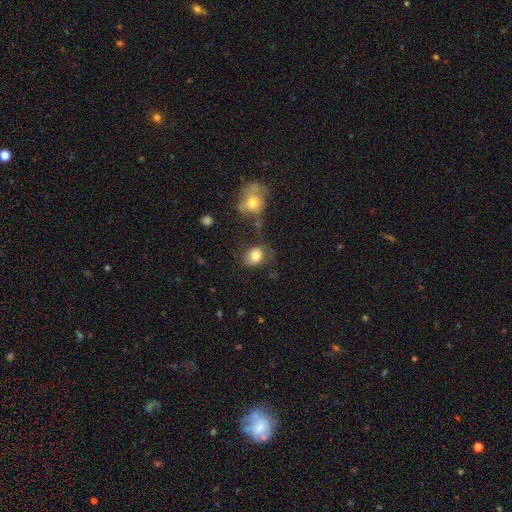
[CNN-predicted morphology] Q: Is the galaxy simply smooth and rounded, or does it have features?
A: smooth — 80%.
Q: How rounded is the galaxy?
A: in between — 51%.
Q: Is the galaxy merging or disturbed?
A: none — 61%.